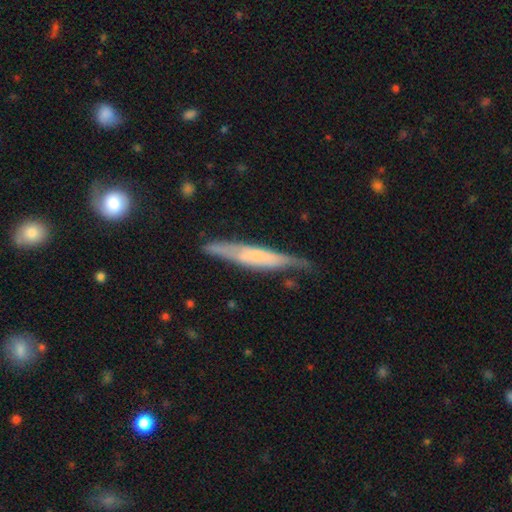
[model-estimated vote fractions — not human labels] smooth-or-featured: featured or disk: 54% | smooth: 40% | star or artifact: 6%
  disk-edge-on: yes: 86% | no: 14%
  merging: none: 67% | minor disturbance: 24% | major disturbance: 6% | merger: 3%